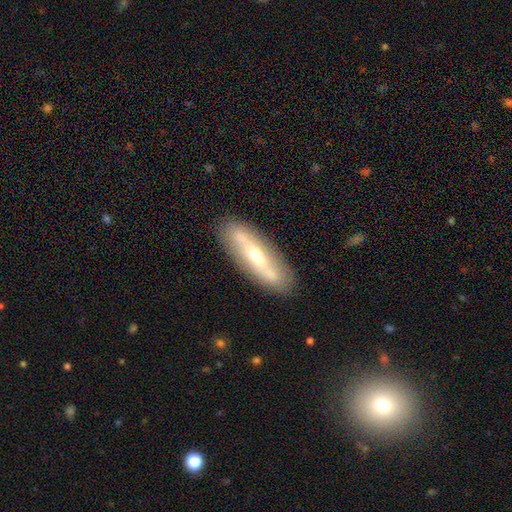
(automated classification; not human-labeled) This is possibly a featured or disk galaxy (56%). It is possibly not viewed edge-on (59%). Merging: clearly none (83%).